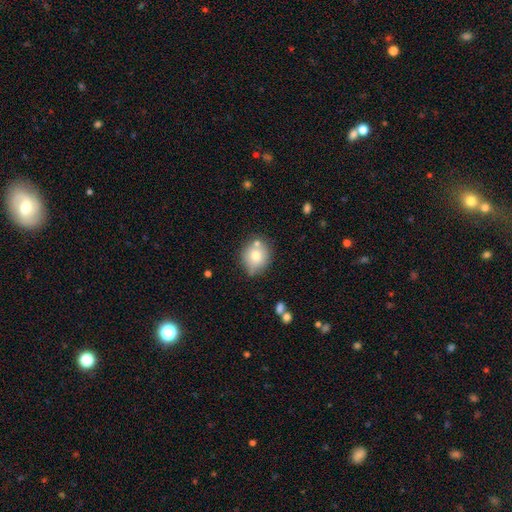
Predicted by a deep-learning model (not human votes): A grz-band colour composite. It shows a smooth galaxy with no disk features (72%) that is round (76%). Merging: none (67%).